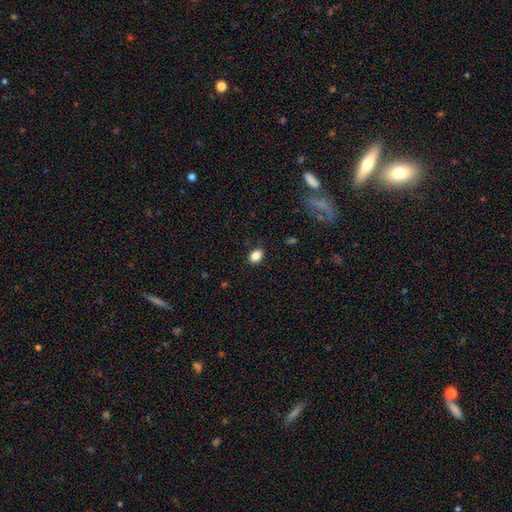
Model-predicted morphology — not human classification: A smooth galaxy with no disk features (86%) that is in between round and cigar-shaped (73%).

Vote fractions:
- Smooth or featured? smooth: 86% / star or artifact: 9% / featured or disk: 4%
- How rounded? in between: 73% / round: 26% / cigar-shaped: 1%
- Merging? none: 86% / minor disturbance: 10% / major disturbance: 3% / merger: 1%